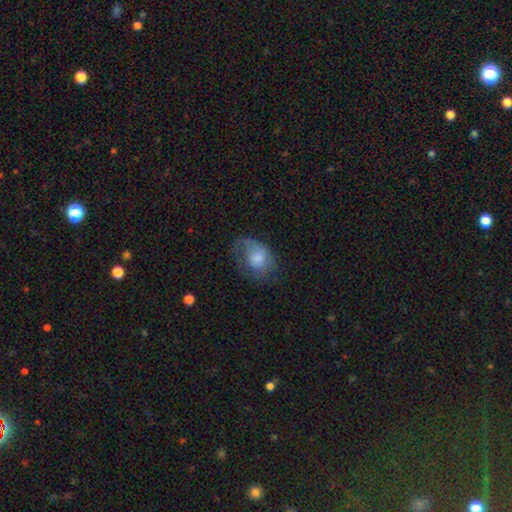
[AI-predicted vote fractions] A smooth galaxy with no disk features (49%).

Vote fractions:
- Smooth or featured? smooth: 49% / featured or disk: 42% / star or artifact: 9%
- Merging? none: 44% / major disturbance: 29% / minor disturbance: 26% / merger: 2%